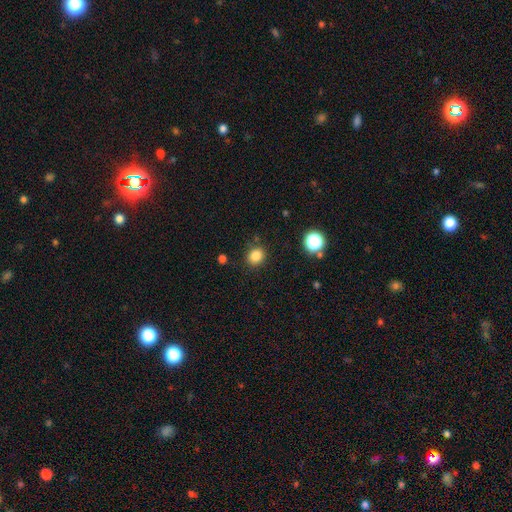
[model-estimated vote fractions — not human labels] Smooth or featured?
  - smooth: 83% *
  - star or artifact: 12%
  - featured or disk: 5%
How rounded?
  - round: 74% *
  - in between: 25%
  - cigar-shaped: 1%
Merging?
  - none: 86% *
  - minor disturbance: 9%
  - major disturbance: 3%
  - merger: 2%